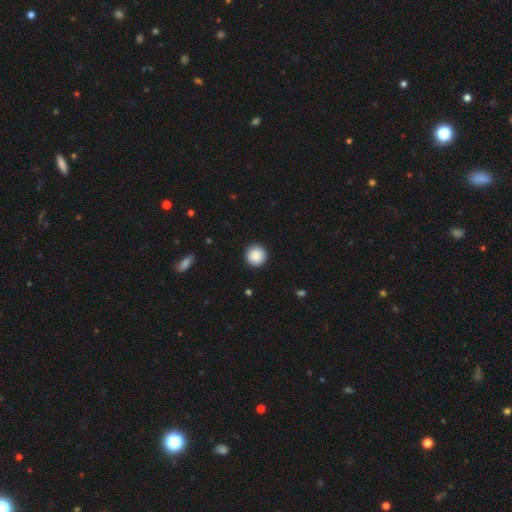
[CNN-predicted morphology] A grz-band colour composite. It shows a smooth galaxy with no disk features (89%) that is round (96%). Merging: none (93%).